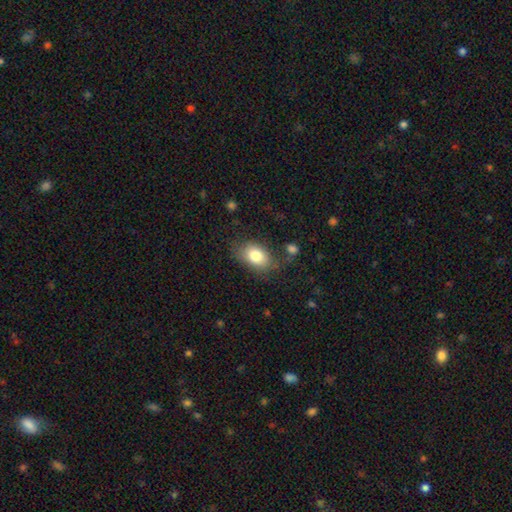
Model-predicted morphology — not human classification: Smooth or featured?
  - smooth: 80% *
  - featured or disk: 12%
  - star or artifact: 8%
How rounded?
  - in between: 83% *
  - round: 15%
  - cigar-shaped: 1%
Merging?
  - none: 69% *
  - minor disturbance: 20%
  - major disturbance: 8%
  - merger: 4%